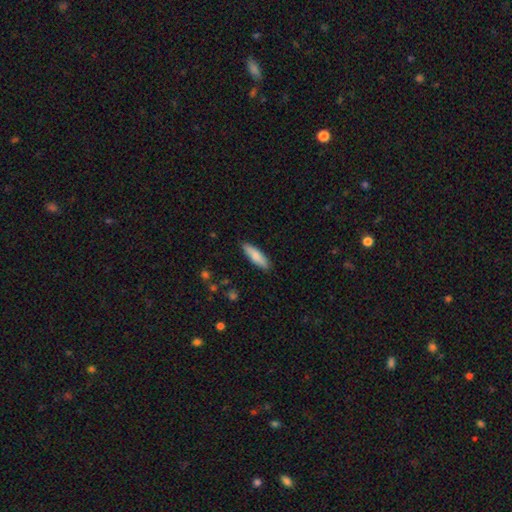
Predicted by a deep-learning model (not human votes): This appears to be a smooth galaxy with no disk features (82%) that is cigar-shaped (64%). Merging: none (88%).